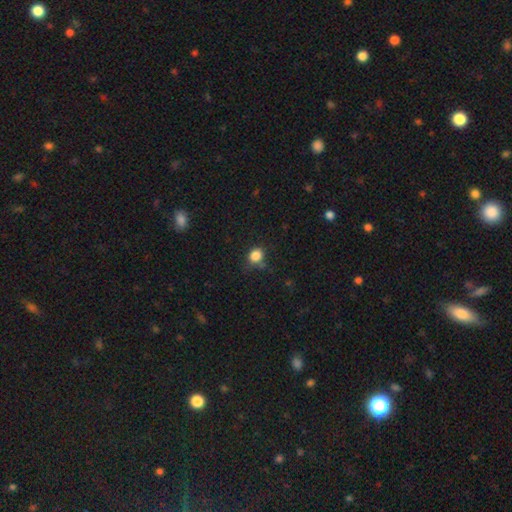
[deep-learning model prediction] This appears to be a smooth galaxy with no disk features (84%) that is round (66%). Merging: none (72%).